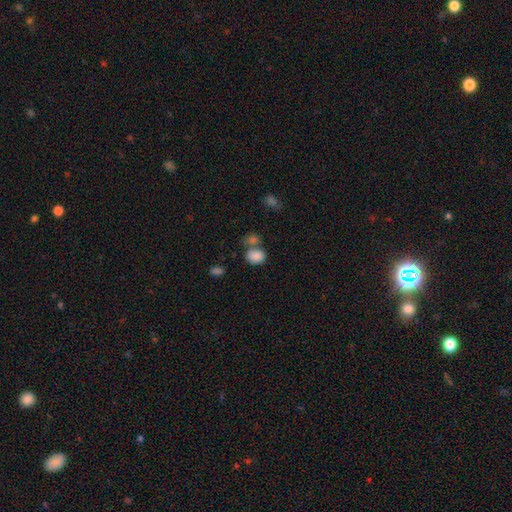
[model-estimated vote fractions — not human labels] smooth 85%, star or artifact 9%, featured or disk 6%. Down the decision tree: how rounded — in between (59%); merging — none (48%).